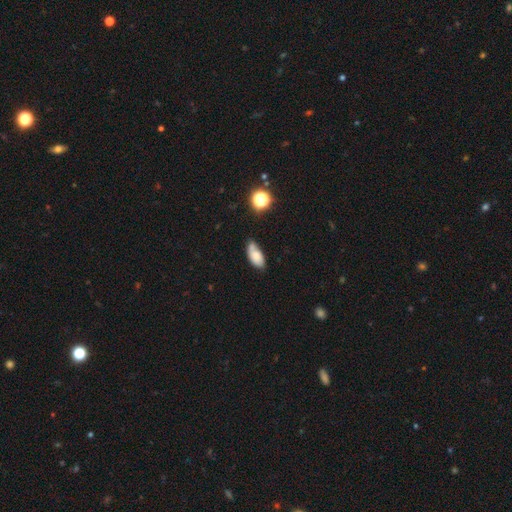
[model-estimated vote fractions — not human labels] smooth 70%, featured or disk 20%, star or artifact 10%. Down the decision tree: how rounded — in between (89%); merging — none (52%).